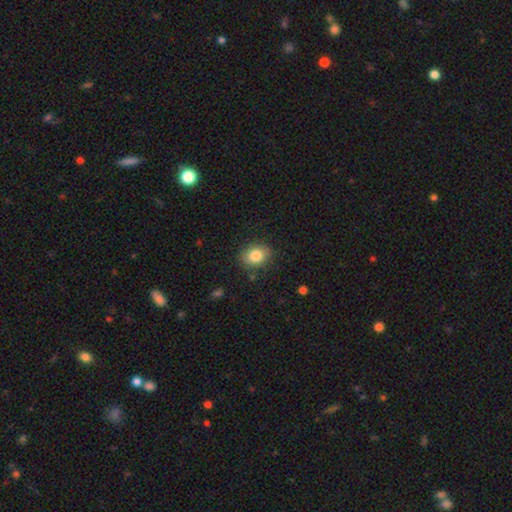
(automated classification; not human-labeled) Smooth or featured: smooth — 84% (star or artifact — 9%)
How rounded: in between — 60% (round — 39%)
Merging: none — 84% (minor disturbance — 12%)